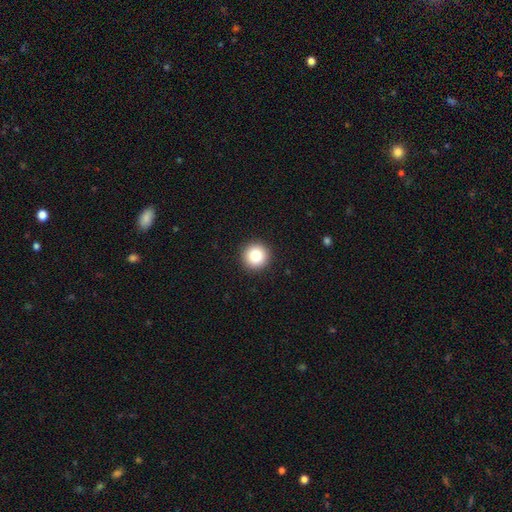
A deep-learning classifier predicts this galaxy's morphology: smooth_or_featured: smooth (p=0.82) [alt: star or artifact p=0.10]
how_rounded: round (p=0.96) [alt: in between p=0.03]
merging: none (p=0.93) [alt: minor disturbance p=0.04]